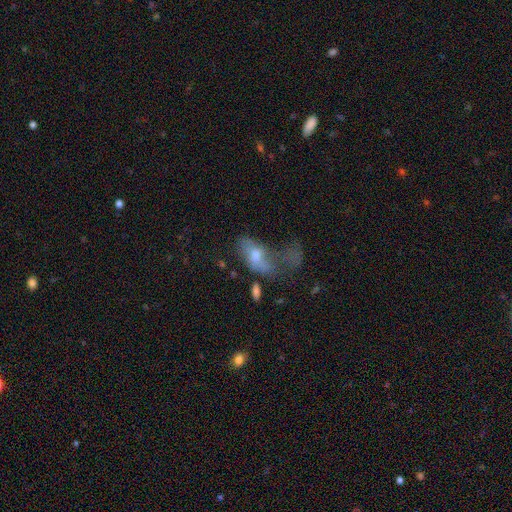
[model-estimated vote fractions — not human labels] Smooth or featured? smooth (54%)
How rounded? in between (86%)
Merging? major disturbance (45%)